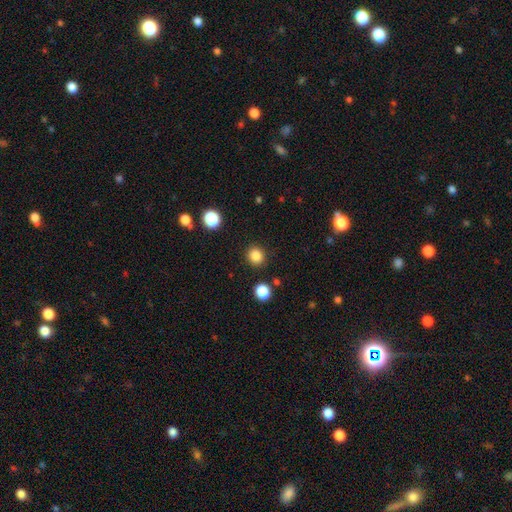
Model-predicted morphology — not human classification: A smooth galaxy with no disk features (85%) that is round (85%).

Vote fractions:
- Smooth or featured? smooth: 85% / star or artifact: 11% / featured or disk: 4%
- How rounded? round: 85% / in between: 14% / cigar-shaped: 1%
- Merging? none: 90% / minor disturbance: 6% / major disturbance: 2% / merger: 2%